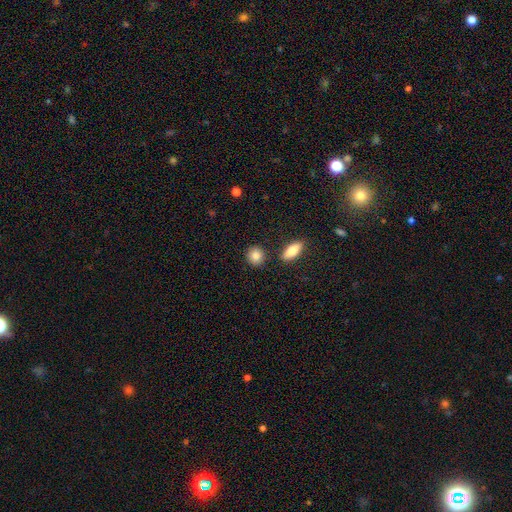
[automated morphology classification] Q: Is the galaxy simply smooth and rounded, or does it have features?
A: smooth — 86%.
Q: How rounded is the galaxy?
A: round — 80%.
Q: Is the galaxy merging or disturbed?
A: none — 85%.